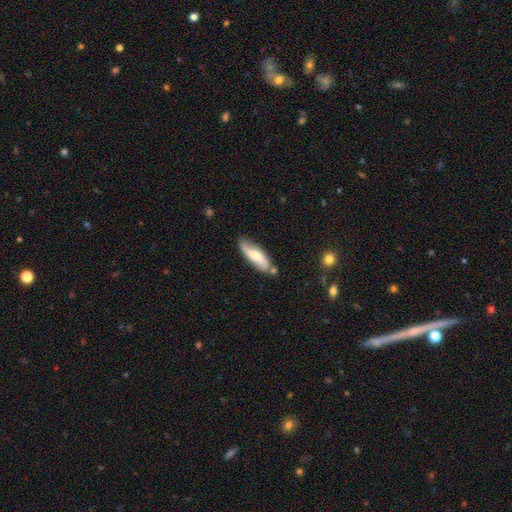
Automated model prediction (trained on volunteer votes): This is possibly a smooth galaxy (49%). Merging: likely none (68%).